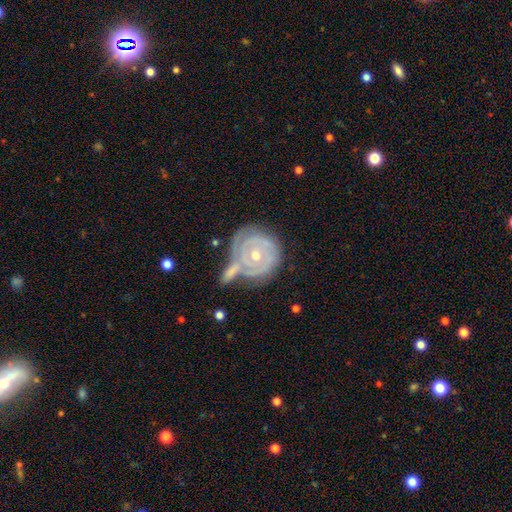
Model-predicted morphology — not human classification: Smooth or featured: featured or disk — 82% (smooth — 13%)
Edge-on disk: no — 97% (yes — 3%)
Bar: no — 81% (weak — 15%)
Spiral arms: yes — 89% (no — 11%)
Spiral winding: tight — 84% (medium — 13%)
Spiral arm count: can't tell — 35% (2 — 30%)
Bulge size: moderate — 50% (small — 48%)
Merging: none — 49% (merger — 21%)